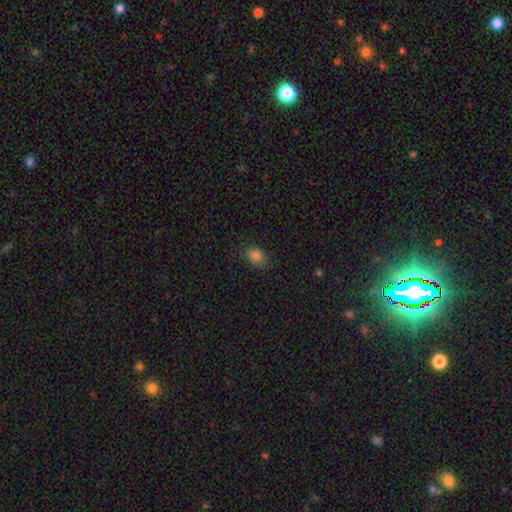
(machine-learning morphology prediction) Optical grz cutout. It shows a smooth galaxy with no disk features (83%) that is in between round and cigar-shaped (75%). Merging: none (81%).